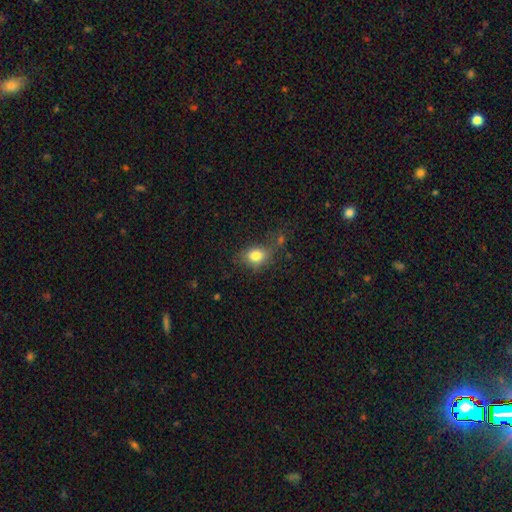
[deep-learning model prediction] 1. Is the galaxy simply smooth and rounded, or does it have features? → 81% smooth, 10% star or artifact, 9% featured or disk.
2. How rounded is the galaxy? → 59% in between, 40% round, 2% cigar-shaped.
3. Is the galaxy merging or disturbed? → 57% none, 24% minor disturbance, 12% major disturbance, 7% merger.